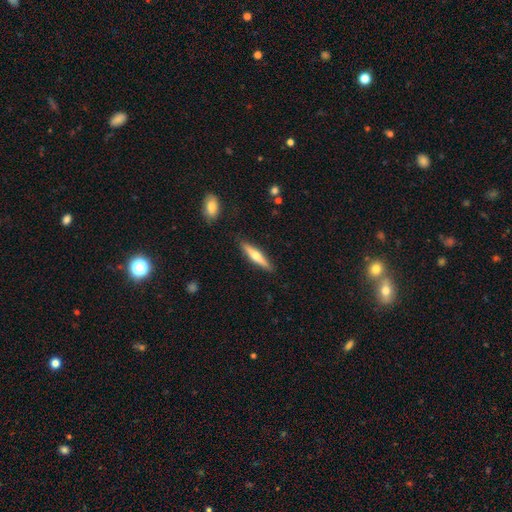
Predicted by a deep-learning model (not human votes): Smooth or featured?
  - featured or disk: 51% *
  - smooth: 44%
  - star or artifact: 6%
Edge-on disk?
  - yes: 95% *
  - no: 5%
Merging?
  - none: 89% *
  - minor disturbance: 8%
  - merger: 2%
  - major disturbance: 2%